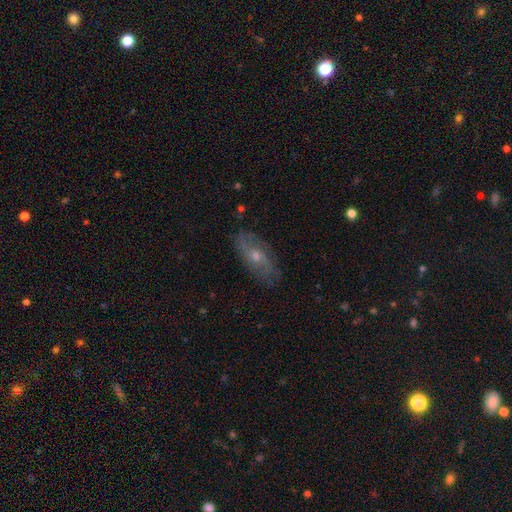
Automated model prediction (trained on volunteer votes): A featured or disk galaxy (65%) with no bar (64%), spiral arms (80%) and a moderate central bulge (58%). Merging: none (80%).